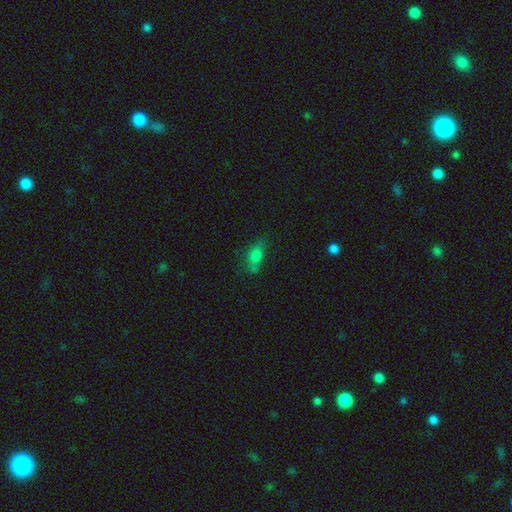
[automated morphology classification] The model was most divided on "merging": none: 53%, minor disturbance: 27%, major disturbance: 13%, merger: 8%. More confident: how rounded — in between (76%); smooth or featured — smooth (73%).